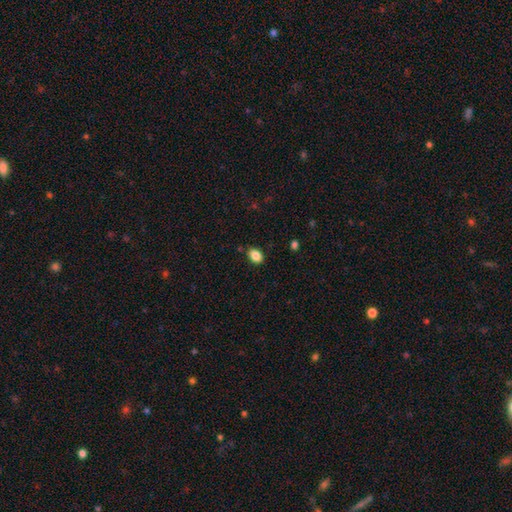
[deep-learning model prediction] Smooth or featured?
  - smooth: 87% *
  - star or artifact: 9%
  - featured or disk: 4%
How rounded?
  - in between: 75% *
  - round: 24%
  - cigar-shaped: 1%
Merging?
  - none: 86% *
  - minor disturbance: 10%
  - major disturbance: 2%
  - merger: 2%